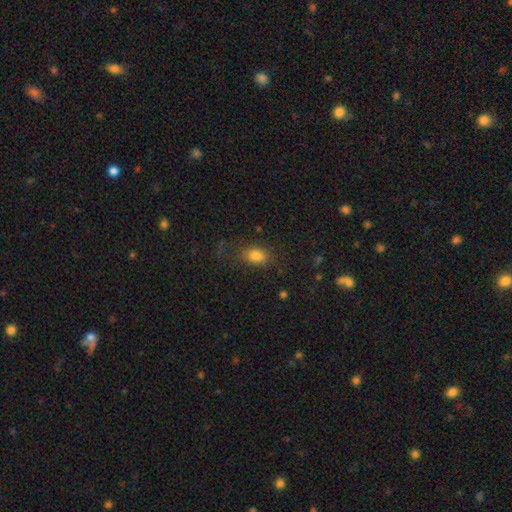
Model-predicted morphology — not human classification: Smooth or featured? smooth (79%)
How rounded? in between (79%)
Merging? none (68%)